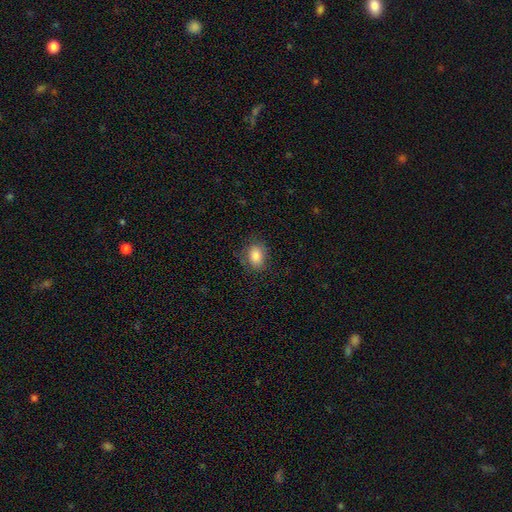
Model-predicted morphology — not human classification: smooth 84%, star or artifact 9%, featured or disk 7%. Down the decision tree: how rounded — in between (67%); merging — none (78%).